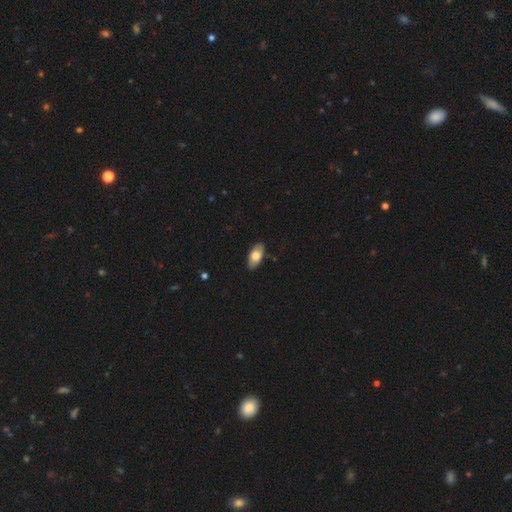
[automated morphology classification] smooth_or_featured: smooth (p=0.74) [alt: featured or disk p=0.20]
how_rounded: in between (p=0.92) [alt: cigar-shaped p=0.06]
merging: none (p=0.87) [alt: minor disturbance p=0.10]